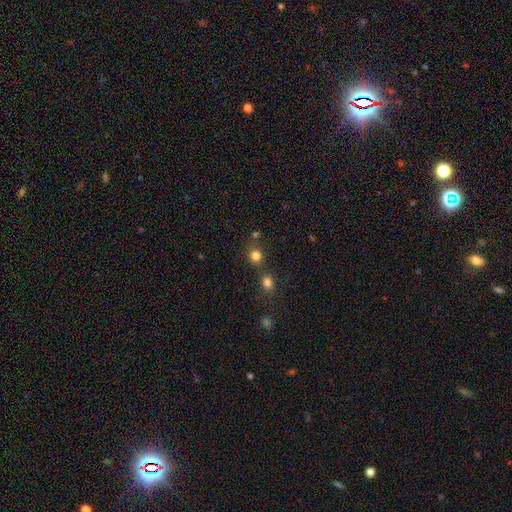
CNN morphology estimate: Smooth or featured? Predicted: smooth (p=0.80). How rounded? Predicted: round (p=0.81). Merging? Predicted: none (p=0.69).